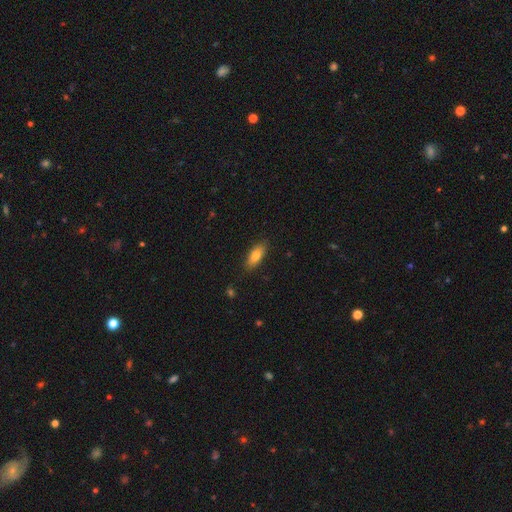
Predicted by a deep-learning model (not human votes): Smooth or featured?
  - smooth: 79% *
  - featured or disk: 15%
  - star or artifact: 7%
How rounded?
  - in between: 77% *
  - cigar-shaped: 21%
  - round: 3%
Merging?
  - none: 86% *
  - minor disturbance: 11%
  - major disturbance: 2%
  - merger: 1%